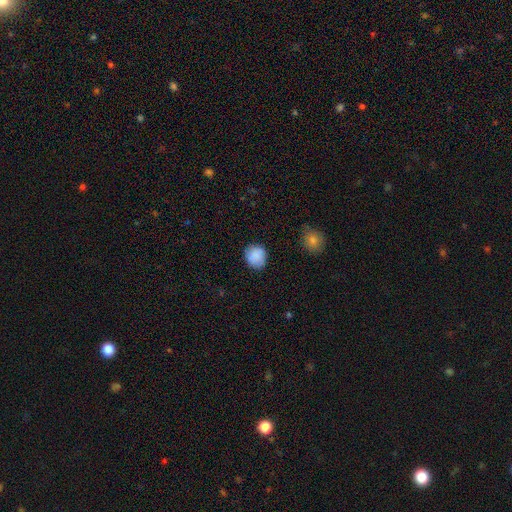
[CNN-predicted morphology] smooth_or_featured: smooth (p=0.87) [alt: star or artifact p=0.08]
how_rounded: round (p=0.81) [alt: in between p=0.18]
merging: none (p=0.82) [alt: minor disturbance p=0.14]